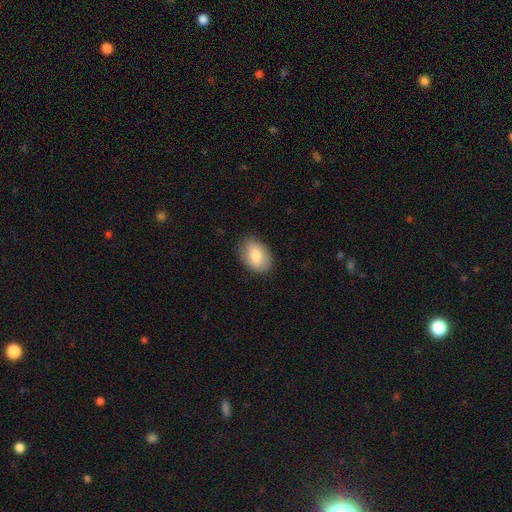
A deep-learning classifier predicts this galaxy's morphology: This appears to be a smooth galaxy with no disk features (78%) that is in between round and cigar-shaped (84%). Merging: none (84%).